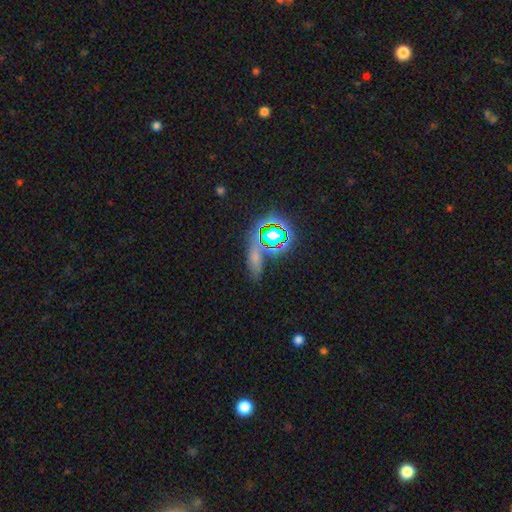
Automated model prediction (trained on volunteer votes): This appears to be a smooth galaxy with no disk features (47%). Merging: none (62%).